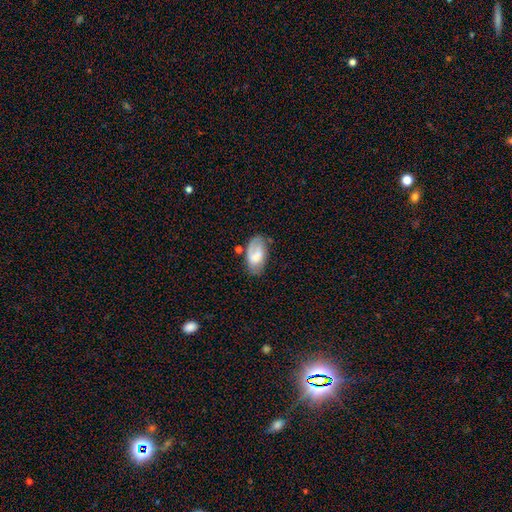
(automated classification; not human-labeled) This appears to be a smooth galaxy with no disk features (54%) that is in between round and cigar-shaped (92%). Merging: none (55%).